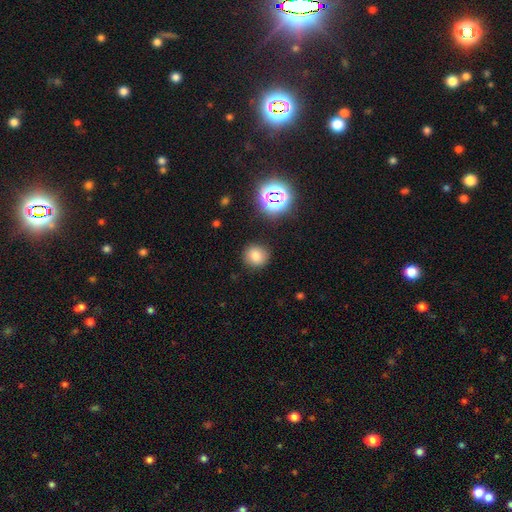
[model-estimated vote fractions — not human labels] Smooth or featured: smooth — 77% (star or artifact — 16%)
How rounded: round — 88% (in between — 11%)
Merging: none — 88% (minor disturbance — 8%)